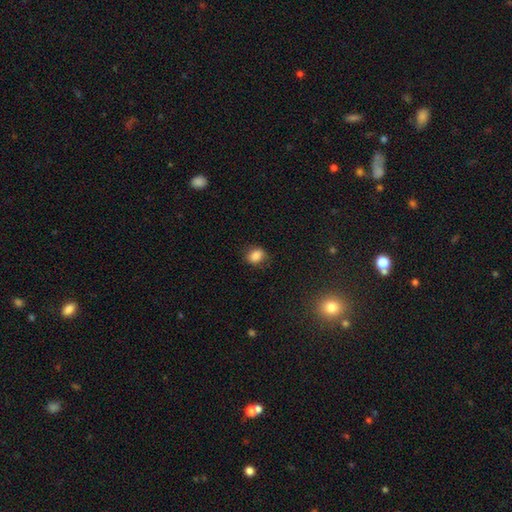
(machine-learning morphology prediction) Smooth or featured?
  - smooth: 85% *
  - star or artifact: 10%
  - featured or disk: 5%
How rounded?
  - in between: 53% *
  - round: 45%
  - cigar-shaped: 1%
Merging?
  - none: 75% *
  - minor disturbance: 19%
  - major disturbance: 5%
  - merger: 1%